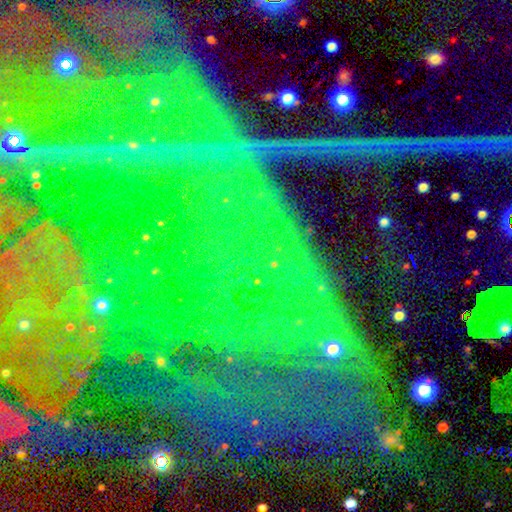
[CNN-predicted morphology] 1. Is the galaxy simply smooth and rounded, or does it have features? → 83% star or artifact, 9% featured or disk, 7% smooth.